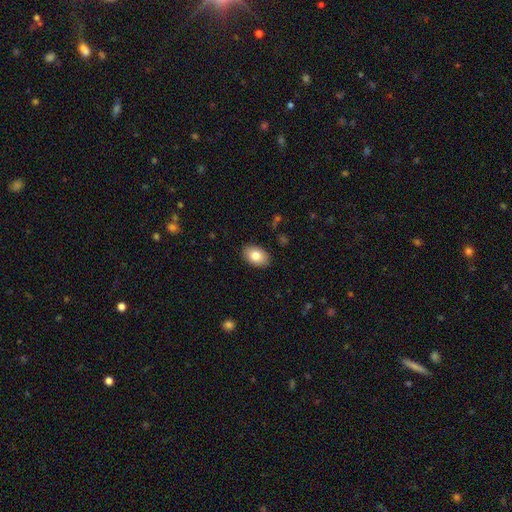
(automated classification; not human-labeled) smooth 82%, featured or disk 11%, star or artifact 7%. Down the decision tree: how rounded — in between (87%); merging — none (89%).